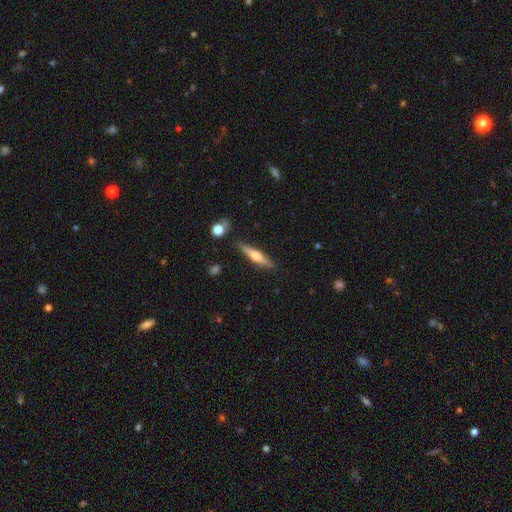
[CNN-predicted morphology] A featured or disk galaxy (54%) viewed edge-on (96%) with a rounded central bulge (86%).

Vote fractions:
- Smooth or featured? featured or disk: 54% / smooth: 40% / star or artifact: 6%
- Edge-on disk? yes: 96% / no: 4%
- Edge-on bulge? rounded: 86% / boxy: 8% / none: 6%
- Merging? none: 86% / minor disturbance: 9% / merger: 3% / major disturbance: 2%